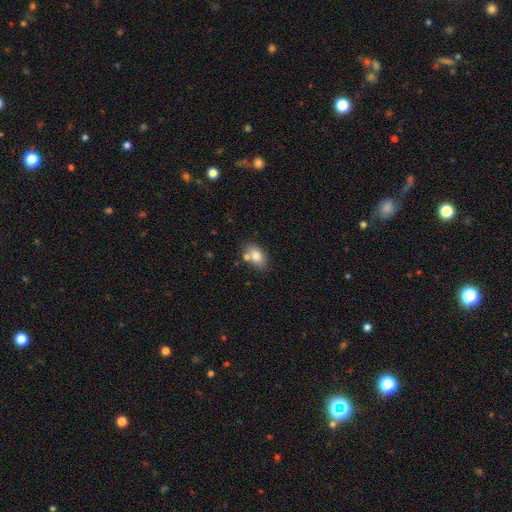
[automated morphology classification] Smooth or featured: smooth — 79% (featured or disk — 13%)
How rounded: in between — 88% (round — 10%)
Merging: none — 66% (merger — 17%)